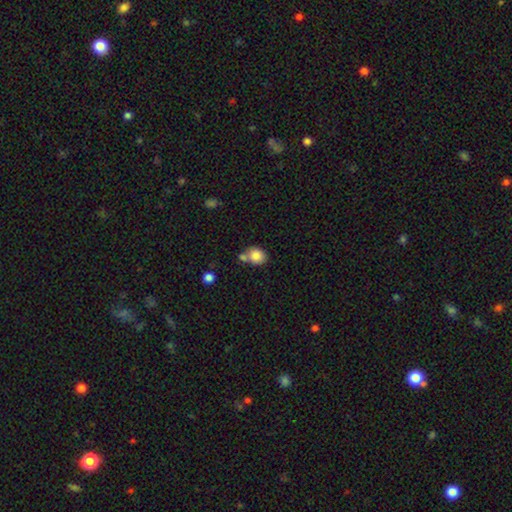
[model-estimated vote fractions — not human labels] Smooth or featured?
  - smooth: 83% *
  - star or artifact: 9%
  - featured or disk: 8%
How rounded?
  - round: 59% *
  - in between: 40%
  - cigar-shaped: 1%
Merging?
  - none: 54% *
  - merger: 29%
  - minor disturbance: 14%
  - major disturbance: 4%